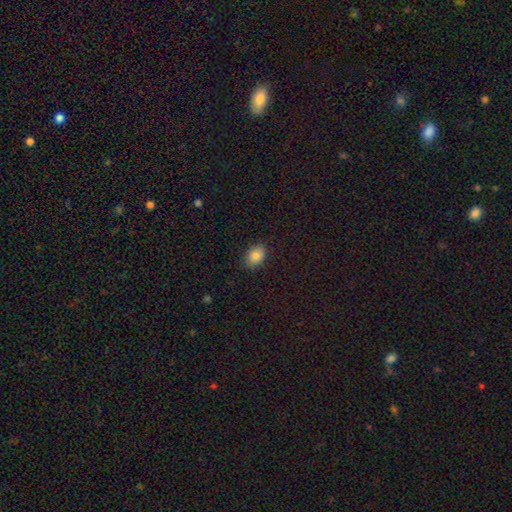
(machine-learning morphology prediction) This is clearly a smooth galaxy (85%). How rounded: likely in between (76%). Merging: clearly none (85%).